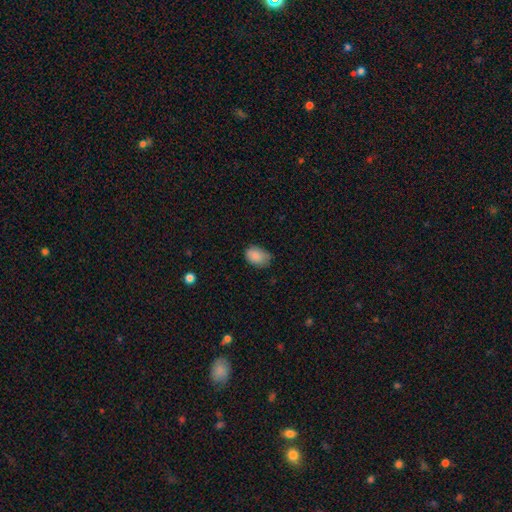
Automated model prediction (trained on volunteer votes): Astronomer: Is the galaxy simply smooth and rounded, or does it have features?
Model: smooth — 87%.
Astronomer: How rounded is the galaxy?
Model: in between — 81%.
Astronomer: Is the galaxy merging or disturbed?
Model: none — 62%.